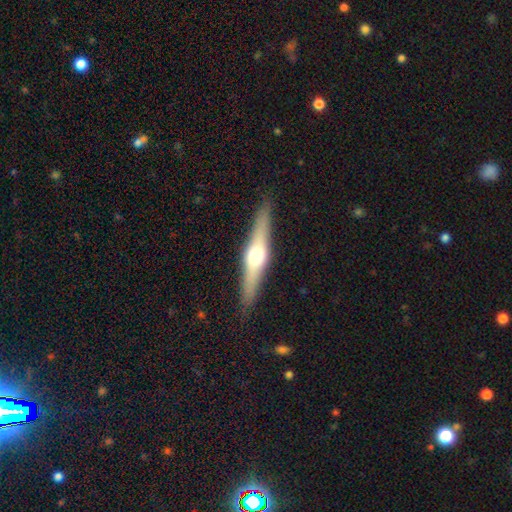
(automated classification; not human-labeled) This appears to be a featured or disk galaxy (63%) viewed edge-on (95%) with a rounded central bulge (92%). Merging: none (89%).